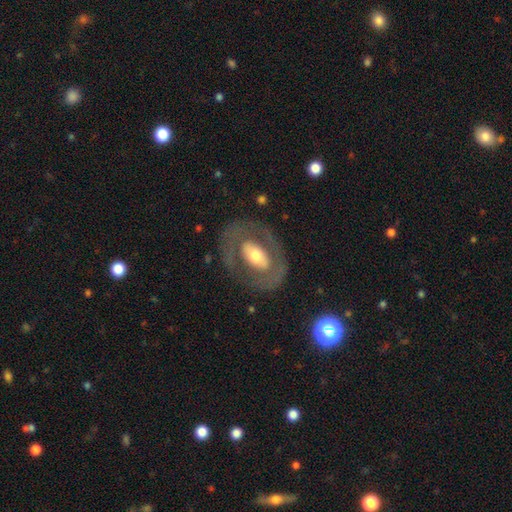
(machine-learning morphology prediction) Overall: featured or disk (61%; smooth 34%). Edge-on disk: no (92%). Bar: no (57%; weak 23%). Spiral arms: no (77%). Bulge size: moderate (60%; large 21%). Merging: none (75%).